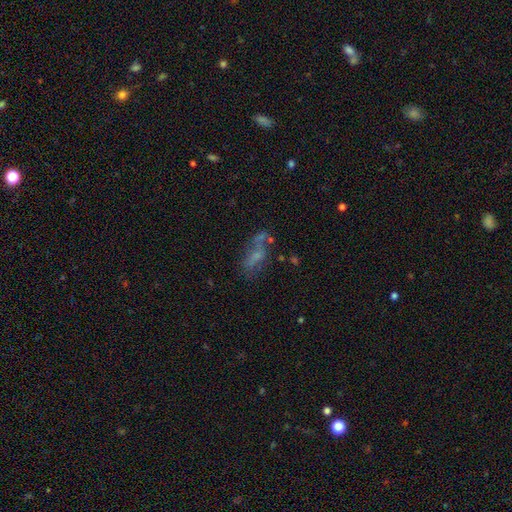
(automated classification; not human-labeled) Overall: smooth (42%; featured or disk 41%). Merging: none (40%; major disturbance 23%).